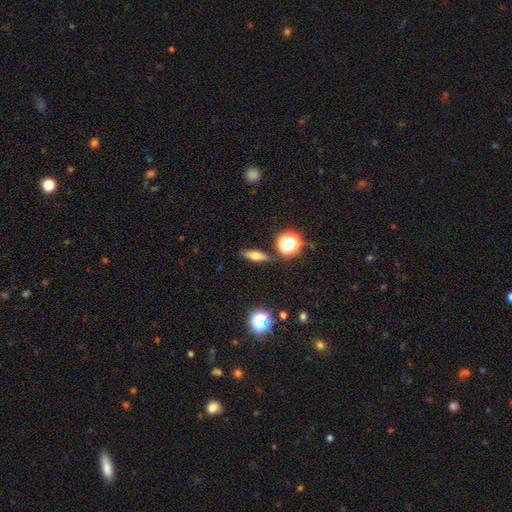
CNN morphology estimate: smooth 50%, featured or disk 35%, star or artifact 14%. Down the decision tree: how rounded — cigar-shaped (47%); merging — none (85%).